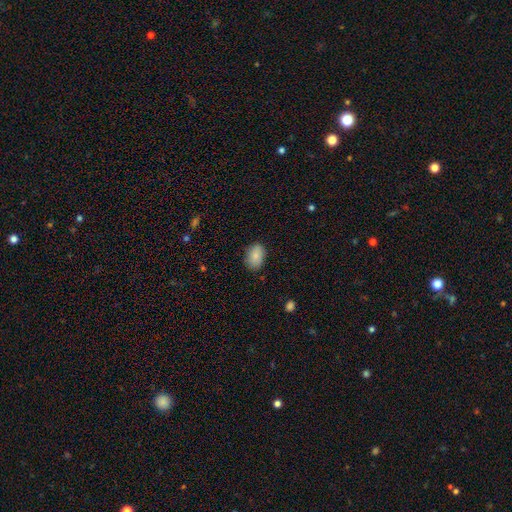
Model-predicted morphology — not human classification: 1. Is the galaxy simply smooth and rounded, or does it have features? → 86% smooth, 8% star or artifact, 7% featured or disk.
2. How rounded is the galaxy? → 87% in between, 12% round, 1% cigar-shaped.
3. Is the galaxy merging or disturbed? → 81% none, 15% minor disturbance, 3% major disturbance, 1% merger.